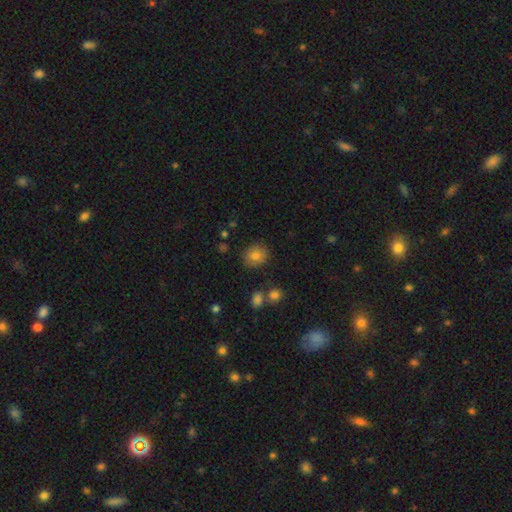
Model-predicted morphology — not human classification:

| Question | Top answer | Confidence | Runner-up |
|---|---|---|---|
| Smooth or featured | smooth | 83% | star or artifact (10%) |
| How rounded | round | 68% | in between (31%) |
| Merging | none | 84% | minor disturbance (10%) |